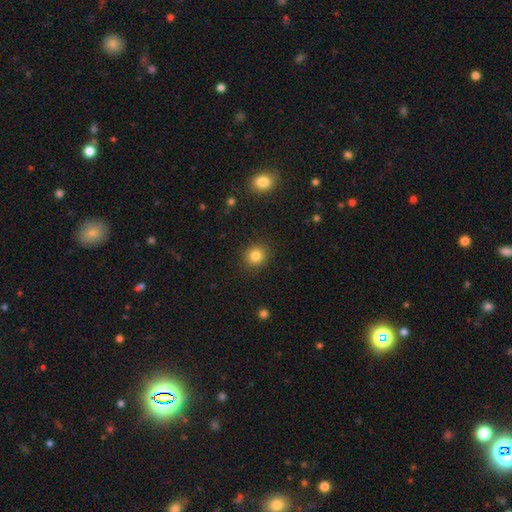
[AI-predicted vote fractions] This is clearly a smooth galaxy (83%). How rounded: clearly round (87%). Merging: clearly none (90%).